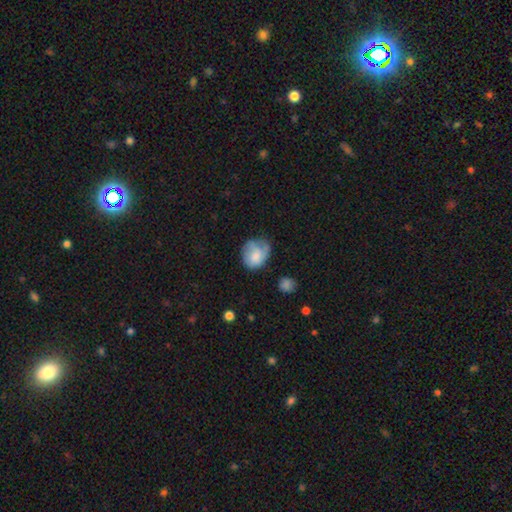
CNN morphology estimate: Smooth or featured? smooth (63%)
How rounded? round (55%)
Merging? none (45%)